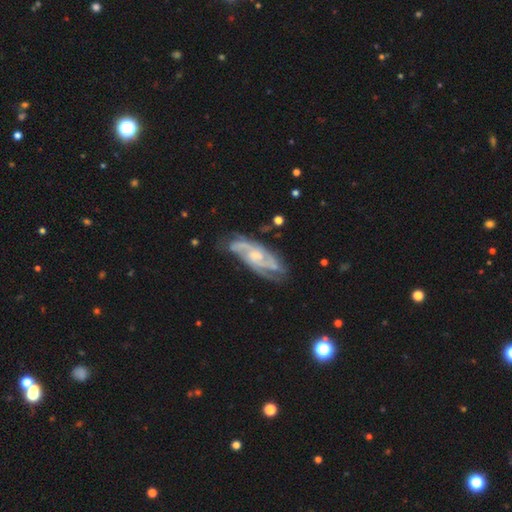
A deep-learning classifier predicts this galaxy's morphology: This appears to be a featured or disk galaxy (87%) with no bar (57%), 2 (41%) medium (46%) spiral arms (97%) and a small central bulge (45%). Merging: none (71%).